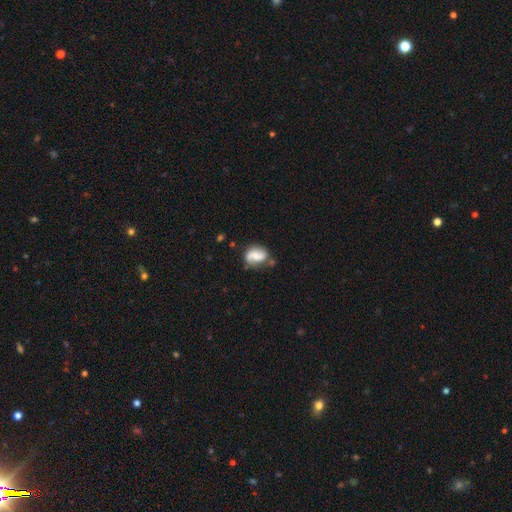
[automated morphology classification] smooth-or-featured: smooth: 46% | featured or disk: 45% | star or artifact: 9%
  merging: none: 52% | minor disturbance: 28% | major disturbance: 11% | merger: 10%